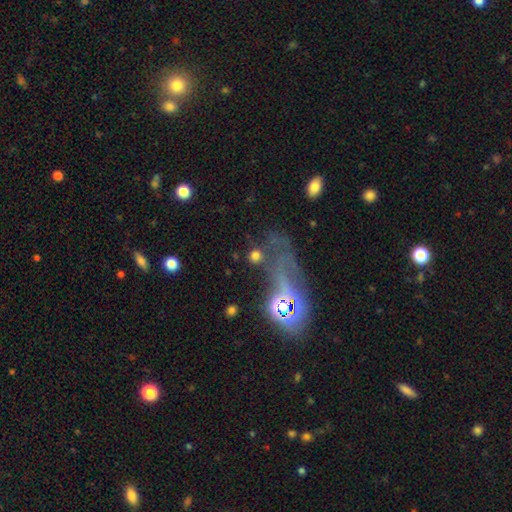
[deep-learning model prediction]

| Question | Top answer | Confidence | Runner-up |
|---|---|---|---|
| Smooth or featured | smooth | 60% | star or artifact (28%) |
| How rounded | round | 84% | in between (13%) |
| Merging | none | 64% | major disturbance (12%) |